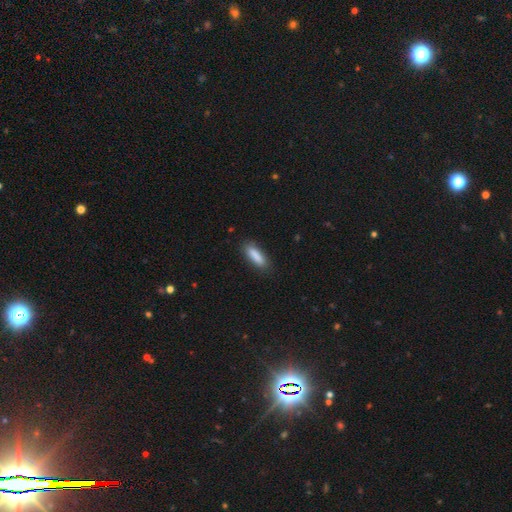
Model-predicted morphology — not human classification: The model was most divided on "how rounded": cigar-shaped: 51%, in between: 47%, round: 2%. More confident: smooth or featured — smooth (86%); merging — none (83%).